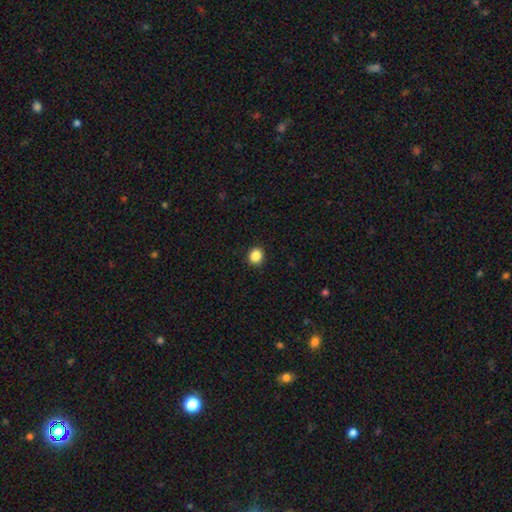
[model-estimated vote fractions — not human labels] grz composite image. It shows a smooth galaxy with no disk features (87%) that is round (84%). Merging: none (92%).